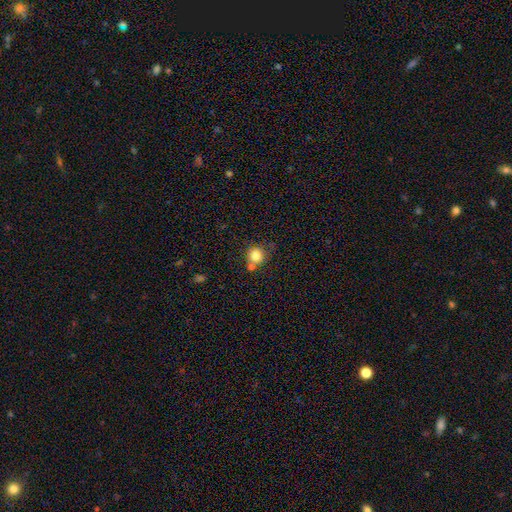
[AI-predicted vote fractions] A smooth galaxy with no disk features (82%) that is round (90%).

Vote fractions:
- Smooth or featured? smooth: 82% / star or artifact: 10% / featured or disk: 7%
- How rounded? round: 90% / in between: 9% / cigar-shaped: 1%
- Merging? none: 61% / merger: 22% / minor disturbance: 12% / major disturbance: 4%